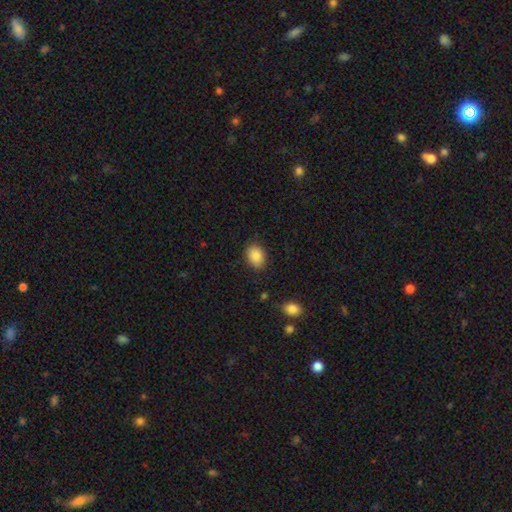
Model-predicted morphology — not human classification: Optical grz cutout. It shows a smooth galaxy with no disk features (87%) that is in between round and cigar-shaped (75%). Merging: none (86%).